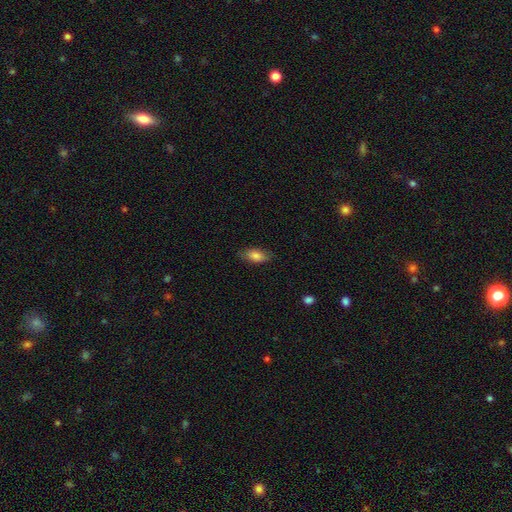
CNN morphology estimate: The model was most divided on "merging": none: 81%, minor disturbance: 15%, major disturbance: 3%, merger: 1%. More confident: how rounded — in between (87%); smooth or featured — smooth (82%).